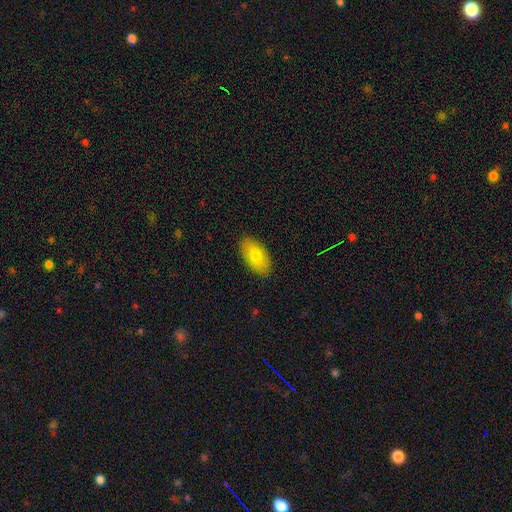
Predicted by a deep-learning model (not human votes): Smooth or featured: smooth — 75% (featured or disk — 19%)
How rounded: in between — 94% (round — 4%)
Merging: none — 87% (minor disturbance — 10%)